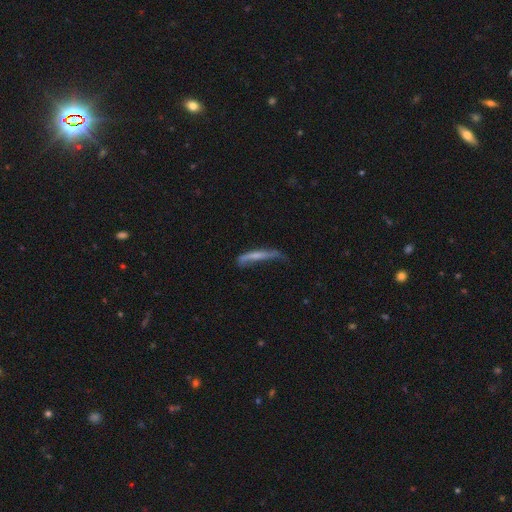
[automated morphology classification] type=smooth (51%); roundness=cigar-shaped (91%); merging=none (37%).